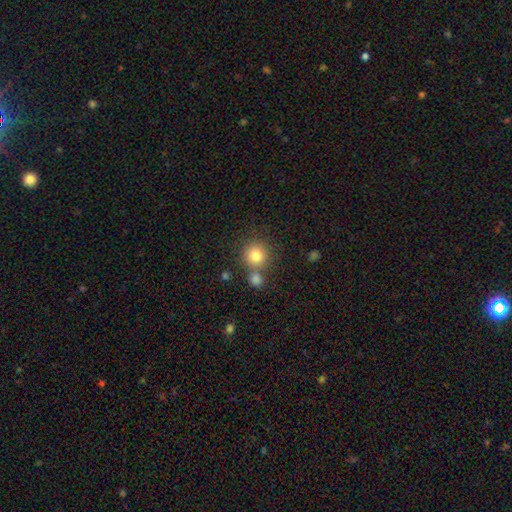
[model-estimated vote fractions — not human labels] Smooth or featured? Predicted: smooth (p=0.82). How rounded? Predicted: round (p=0.92). Merging? Predicted: none (p=0.69).